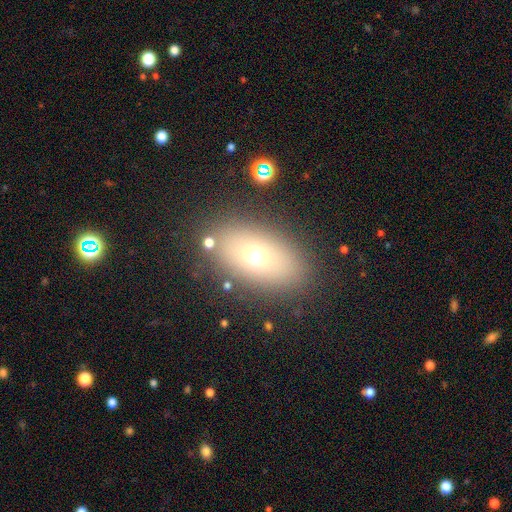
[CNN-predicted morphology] This is likely a smooth galaxy (67%). How rounded: clearly in between (82%). Merging: clearly none (83%).